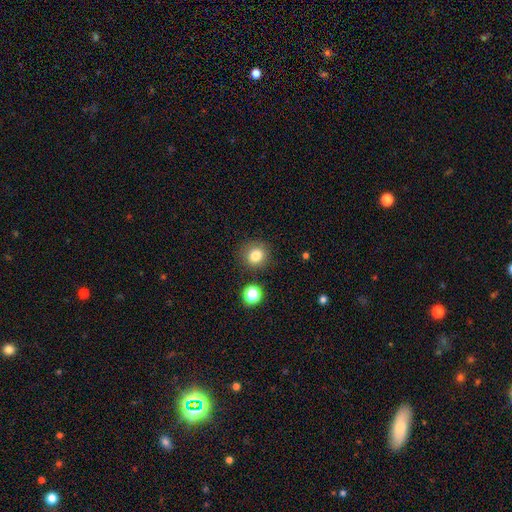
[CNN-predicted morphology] The model was most divided on "smooth or featured": smooth: 80%, star or artifact: 13%, featured or disk: 7%. More confident: how rounded — round (89%); merging — none (85%).